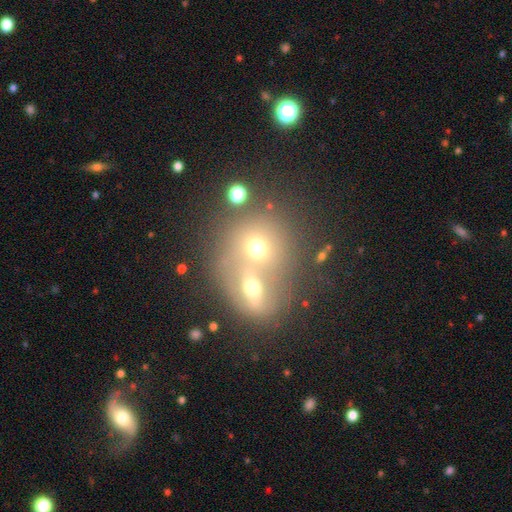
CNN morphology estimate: Q: Smooth or featured?
A: smooth (52%); runner-up: featured or disk (29%)
Q: How rounded?
A: round (69%); runner-up: in between (29%)
Q: Merging?
A: merger (72%); runner-up: none (20%)